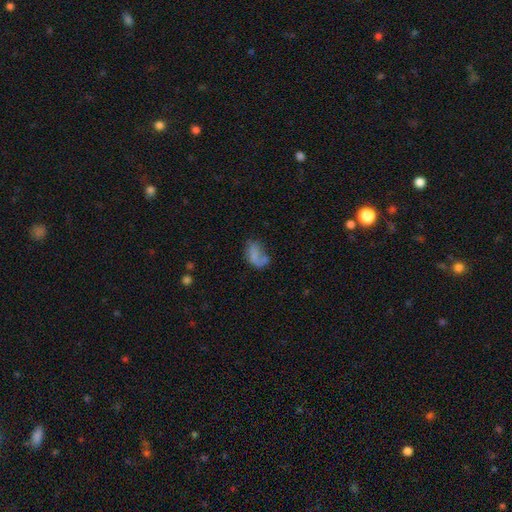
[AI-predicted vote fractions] A smooth galaxy with no disk features (60%) that is in between round and cigar-shaped (87%).

Vote fractions:
- Smooth or featured? smooth: 60% / featured or disk: 29% / star or artifact: 11%
- How rounded? in between: 87% / round: 10% / cigar-shaped: 3%
- Merging? none: 32% / major disturbance: 29% / minor disturbance: 24% / merger: 15%